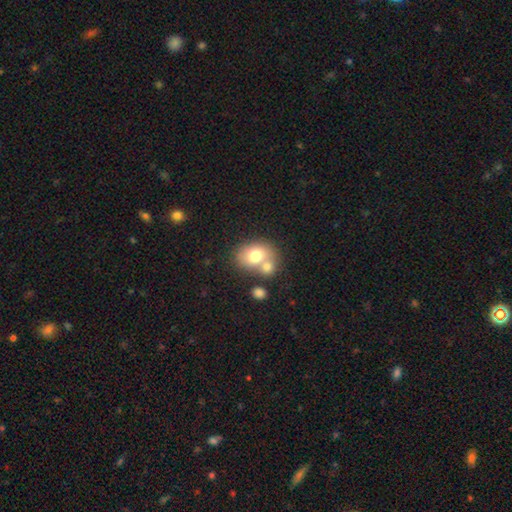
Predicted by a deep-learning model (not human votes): Morphology: type=smooth (73%); roundness=in between (59%); merging=none (42%, tied with merger).